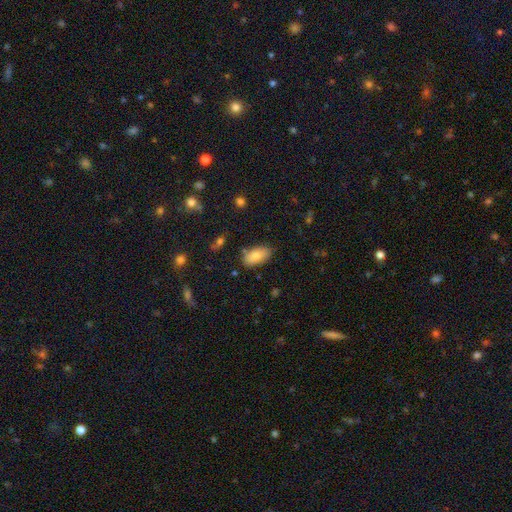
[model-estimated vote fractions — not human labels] A smooth galaxy with no disk features (82%) that is in between round and cigar-shaped (92%).

Vote fractions:
- Smooth or featured? smooth: 82% / featured or disk: 11% / star or artifact: 7%
- How rounded? in between: 92% / cigar-shaped: 5% / round: 3%
- Merging? none: 80% / minor disturbance: 13% / merger: 3% / major disturbance: 3%